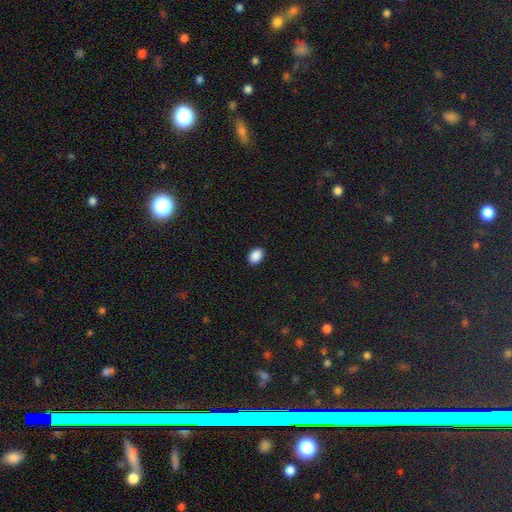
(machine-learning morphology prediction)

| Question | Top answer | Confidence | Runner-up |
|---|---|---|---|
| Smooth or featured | smooth | 90% | star or artifact (8%) |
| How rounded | in between | 81% | round (18%) |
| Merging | none | 90% | minor disturbance (7%) |